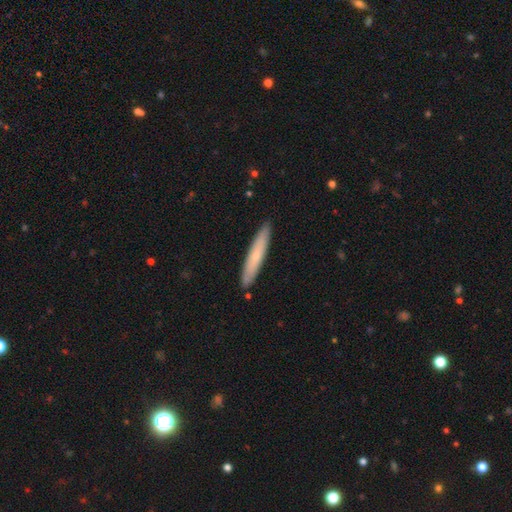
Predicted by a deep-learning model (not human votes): This is likely a smooth galaxy (62%). How rounded: clearly cigar-shaped (93%). Merging: clearly none (90%).